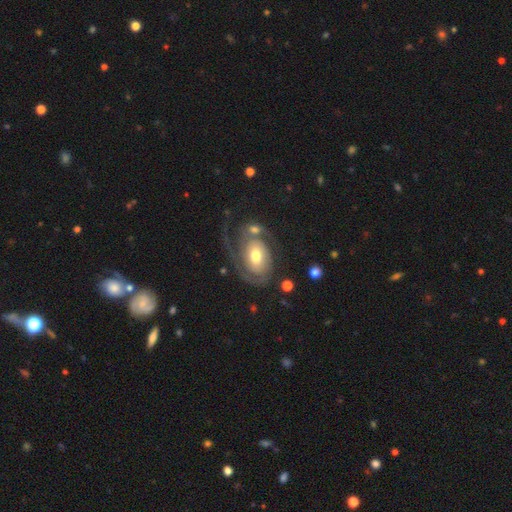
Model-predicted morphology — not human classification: The model was most divided on "merging": none: 43%, major disturbance: 27%, minor disturbance: 17%, merger: 12%. Remaining: edge-on disk — no (96%); spiral arms — yes (89%); smooth or featured — featured or disk (76%); bulge size — moderate (64%); bar — no (63%); spiral winding — tight (51%); spiral arm count — 2 (50%).